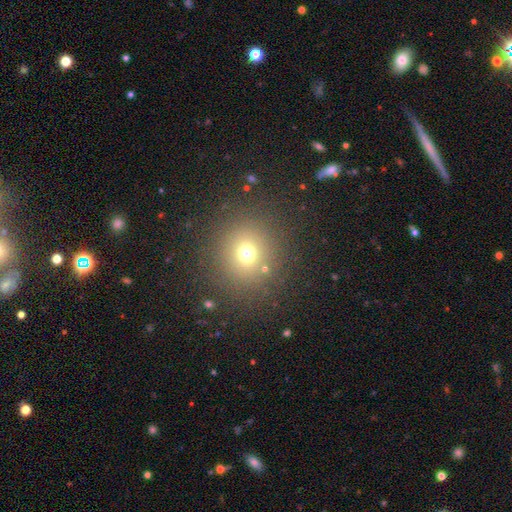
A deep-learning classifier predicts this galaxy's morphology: Smooth or featured? smooth (57%)
How rounded? round (90%)
Merging? none (89%)